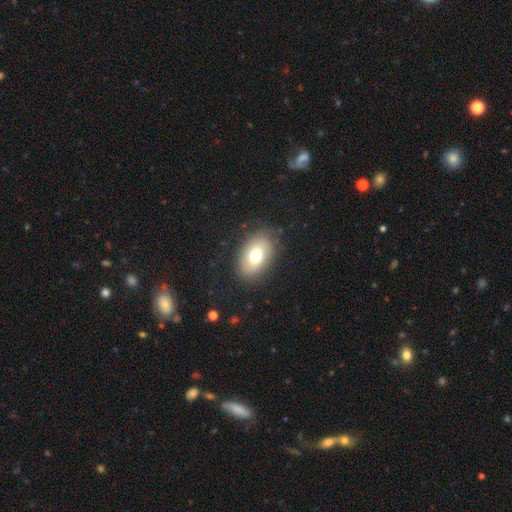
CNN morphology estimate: type=smooth (71%); roundness=in between (85%); merging=none (83%).